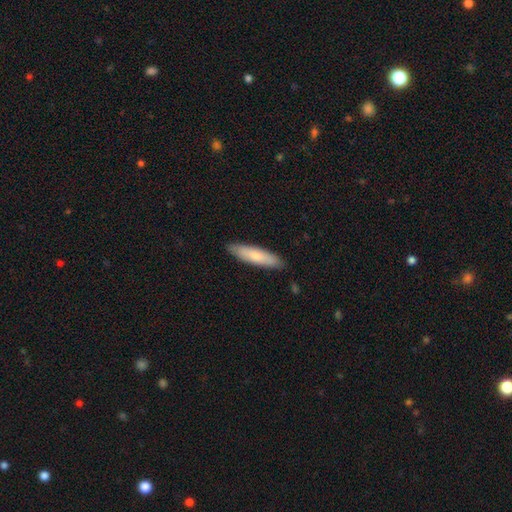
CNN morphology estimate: This appears to be a smooth galaxy with no disk features (74%) that is cigar-shaped (75%). Merging: none (87%).